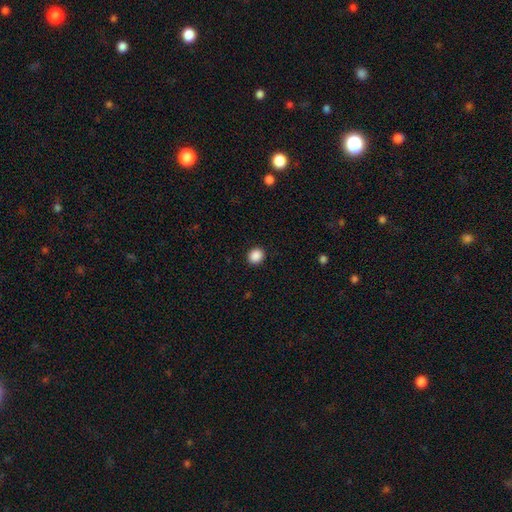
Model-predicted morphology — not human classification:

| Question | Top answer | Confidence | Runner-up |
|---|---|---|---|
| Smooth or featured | smooth | 89% | star or artifact (9%) |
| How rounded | round | 74% | in between (26%) |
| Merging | none | 91% | minor disturbance (6%) |